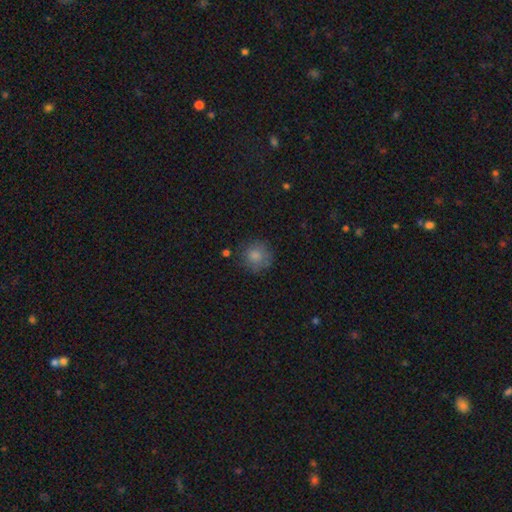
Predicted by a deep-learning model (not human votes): smooth_or_featured: smooth (p=0.83) [alt: star or artifact p=0.09]
how_rounded: round (p=0.92) [alt: in between p=0.07]
merging: none (p=0.78) [alt: minor disturbance p=0.15]